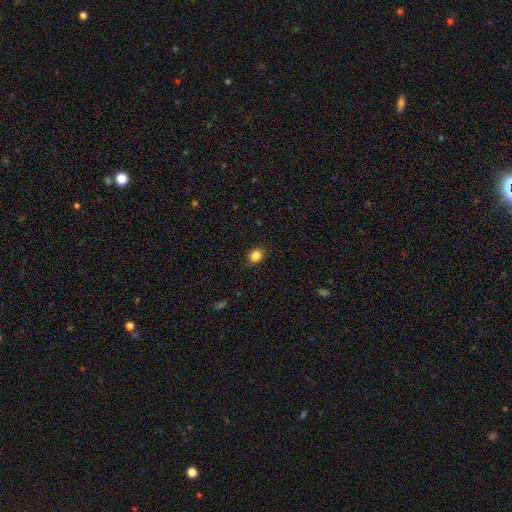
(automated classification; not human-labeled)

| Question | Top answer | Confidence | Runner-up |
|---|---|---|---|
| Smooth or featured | smooth | 84% | star or artifact (11%) |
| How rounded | round | 59% | in between (40%) |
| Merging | none | 89% | minor disturbance (8%) |